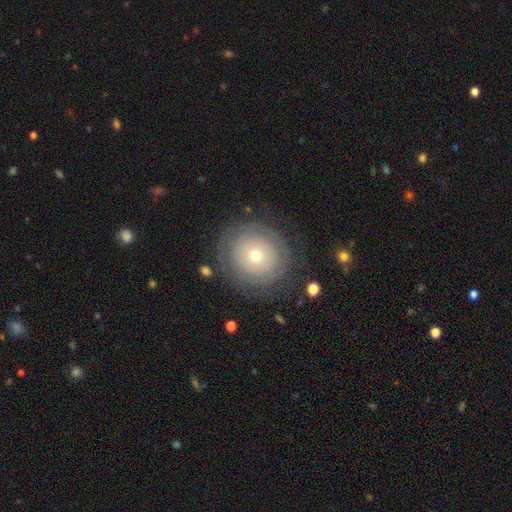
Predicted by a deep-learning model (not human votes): smooth-or-featured: smooth: 50% | featured or disk: 39% | star or artifact: 10%
  how-rounded: round: 90% | in between: 9% | cigar-shaped: 1%
  merging: none: 81% | minor disturbance: 12% | major disturbance: 6% | merger: 1%